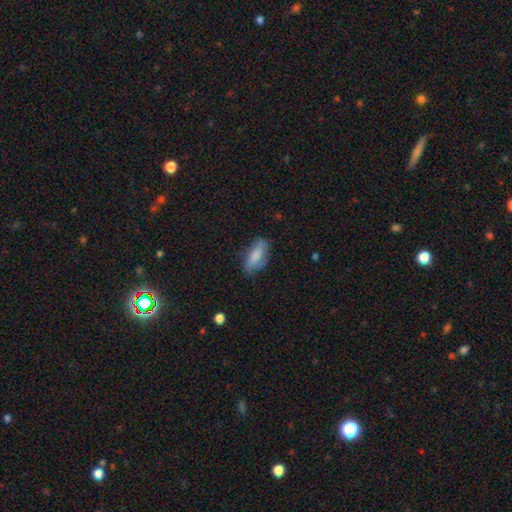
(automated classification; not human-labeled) The model was most divided on "merging": none: 67%, minor disturbance: 25%, major disturbance: 7%, merger: 2%. More confident: how rounded — in between (75%); smooth or featured — smooth (74%).